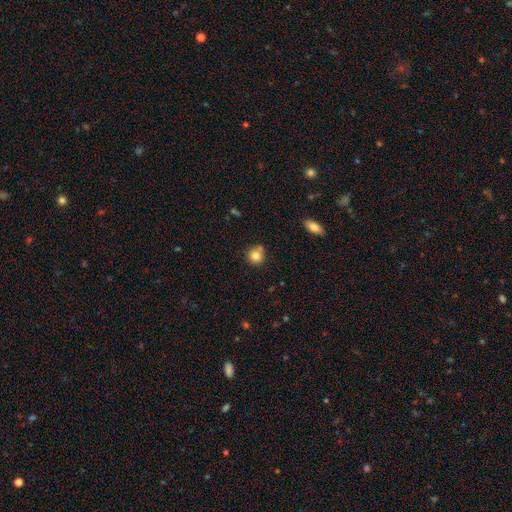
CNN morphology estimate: Smooth or featured? smooth (81%)
How rounded? round (85%)
Merging? none (65%)